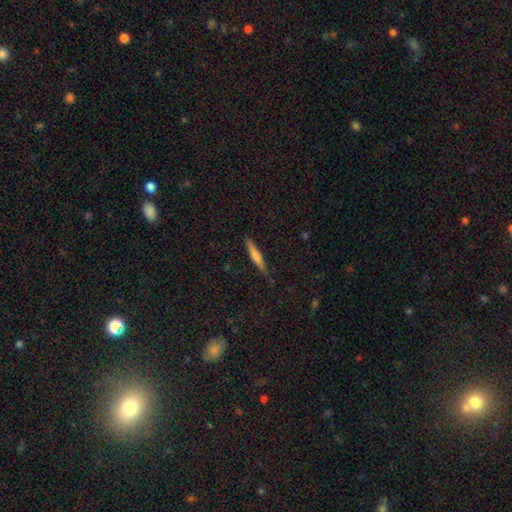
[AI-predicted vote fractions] Smooth or featured?
  - smooth: 49% *
  - featured or disk: 44%
  - star or artifact: 7%
Merging?
  - none: 86% *
  - minor disturbance: 11%
  - major disturbance: 2%
  - merger: 1%